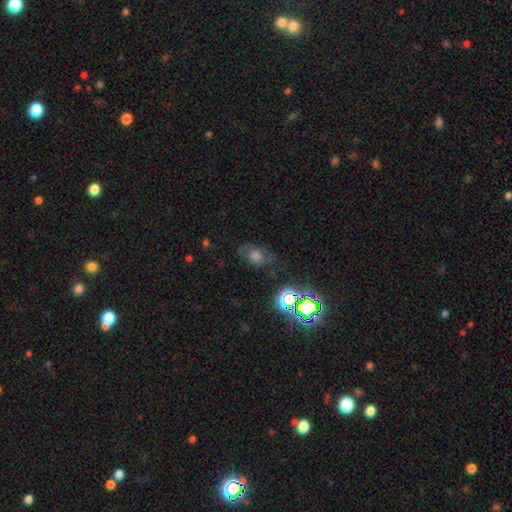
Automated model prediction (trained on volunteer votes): Q: Smooth or featured?
A: smooth (43%); runner-up: star or artifact (31%)
Q: Merging?
A: none (65%); runner-up: minor disturbance (22%)